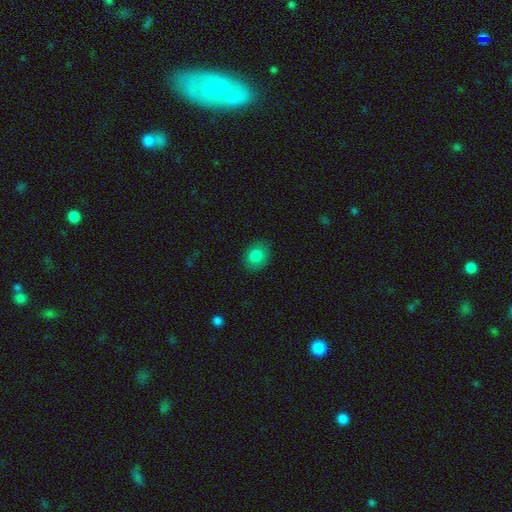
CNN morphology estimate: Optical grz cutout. It shows a smooth galaxy with no disk features (82%) that is round (52%). Merging: none (86%).